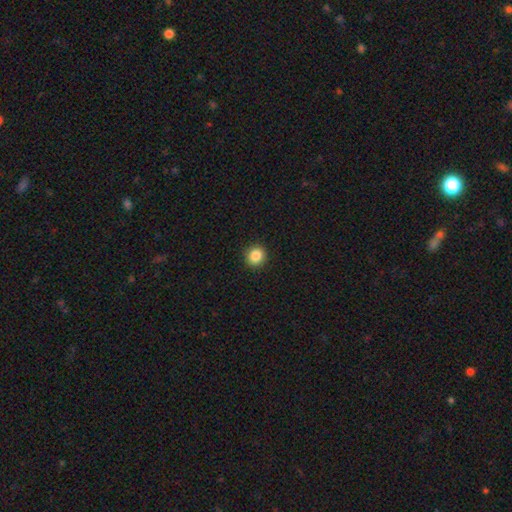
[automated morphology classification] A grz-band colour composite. It shows a smooth galaxy with no disk features (86%) that is round (89%). Merging: none (92%).